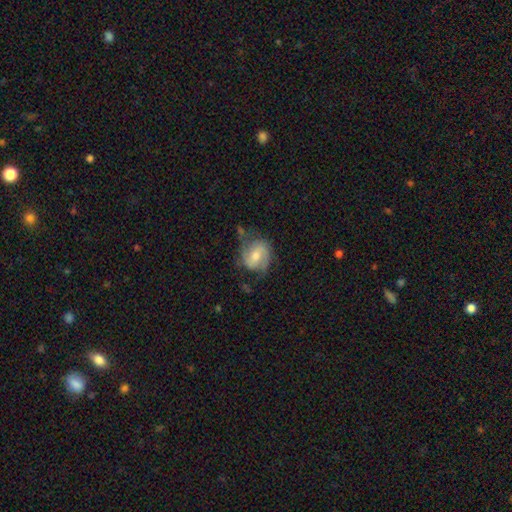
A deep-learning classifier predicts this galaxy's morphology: This is possibly a featured or disk galaxy (54%). It is clearly not viewed edge-on (96%). Bar: possibly weak (48%). Spiral arm pattern: likely yes (79%). Central bulge: likely moderate (62%). Merging: possibly none (55%).